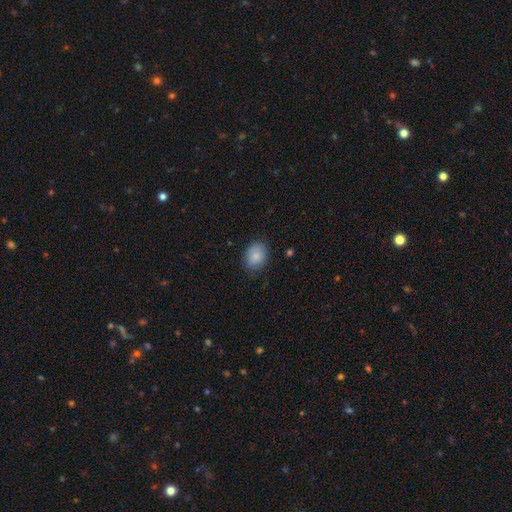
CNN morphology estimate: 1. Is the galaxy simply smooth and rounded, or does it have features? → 84% smooth, 9% featured or disk, 7% star or artifact.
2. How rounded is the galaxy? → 57% in between, 42% round, 1% cigar-shaped.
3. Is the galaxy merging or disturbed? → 78% none, 17% minor disturbance, 4% major disturbance, 1% merger.